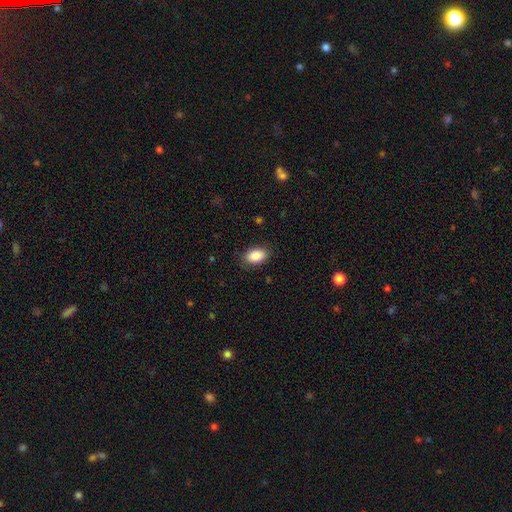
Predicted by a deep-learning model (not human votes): smooth-or-featured: smooth: 88% | star or artifact: 7% | featured or disk: 5%
  how-rounded: in between: 91% | round: 7% | cigar-shaped: 1%
  merging: none: 85% | minor disturbance: 11% | major disturbance: 3% | merger: 1%